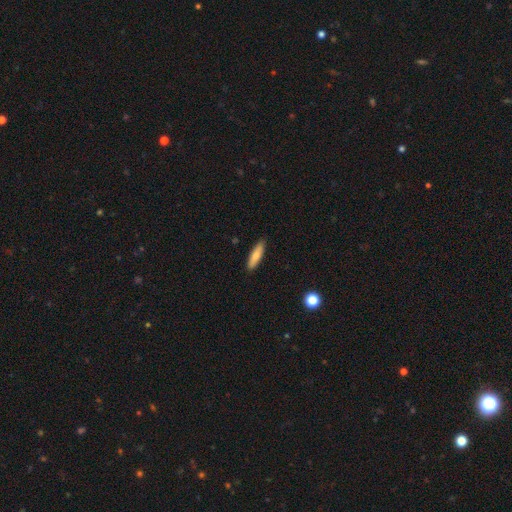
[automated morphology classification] Smooth or featured: smooth — 78% (featured or disk — 15%)
How rounded: cigar-shaped — 71% (in between — 28%)
Merging: none — 88% (minor disturbance — 9%)